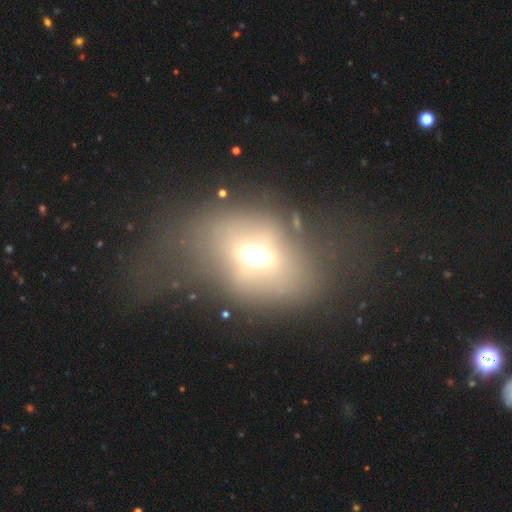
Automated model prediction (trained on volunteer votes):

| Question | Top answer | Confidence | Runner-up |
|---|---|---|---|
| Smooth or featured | smooth | 54% | featured or disk (24%) |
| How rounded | in between | 65% | round (33%) |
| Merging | none | 54% | major disturbance (21%) |